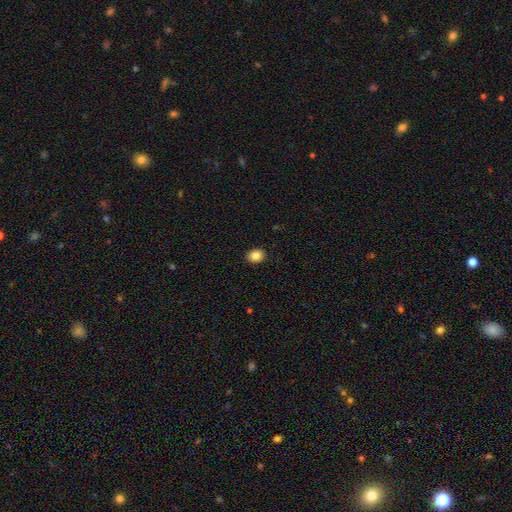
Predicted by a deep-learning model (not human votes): A smooth galaxy with no disk features (85%) that is round (51%). Merging: none (91%).